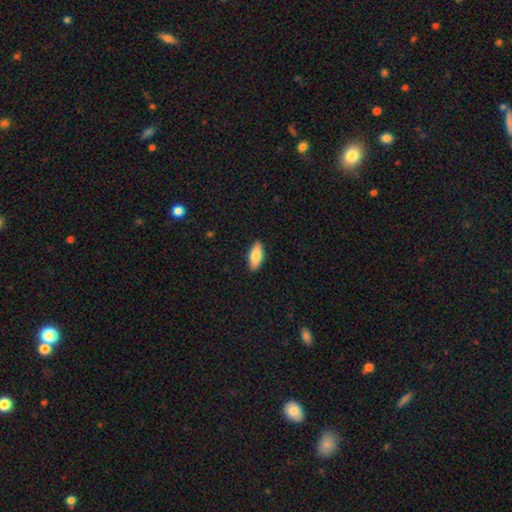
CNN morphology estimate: Overall: smooth (83%). How rounded: in between (84%). Merging: none (89%).